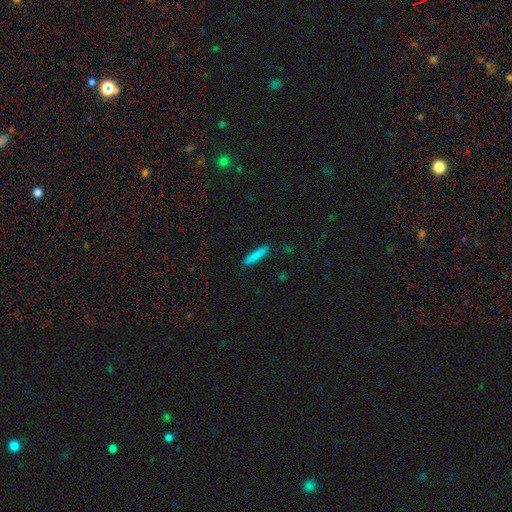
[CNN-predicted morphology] type=smooth (84%); roundness=cigar-shaped (89%); merging=none (89%).